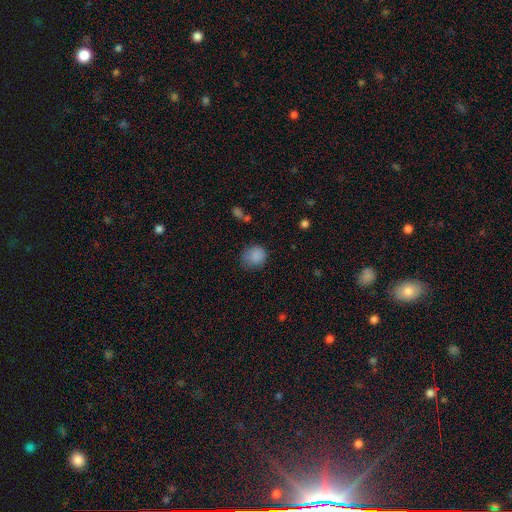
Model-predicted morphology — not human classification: A smooth galaxy with no disk features (85%) that is round (80%). Merging: none (69%).